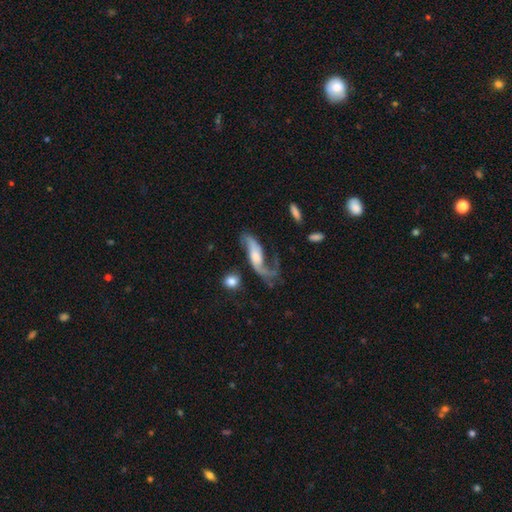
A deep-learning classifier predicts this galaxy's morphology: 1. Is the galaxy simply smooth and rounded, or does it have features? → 78% featured or disk, 16% smooth, 6% star or artifact.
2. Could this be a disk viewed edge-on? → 87% no, 13% yes.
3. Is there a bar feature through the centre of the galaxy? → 47% no, 35% weak, 18% strong.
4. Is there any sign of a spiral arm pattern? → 92% yes, 8% no.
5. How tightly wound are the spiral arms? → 81% loose, 15% medium, 4% tight.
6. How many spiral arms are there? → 81% 2, 13% 1, 3% can't tell, 1% 3, 1% 4, 1% more than 4.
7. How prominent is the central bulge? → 40% moderate, 27% small, 17% large, 12% none, 3% dominant.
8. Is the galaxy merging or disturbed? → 39% none, 33% major disturbance, 20% minor disturbance, 8% merger.